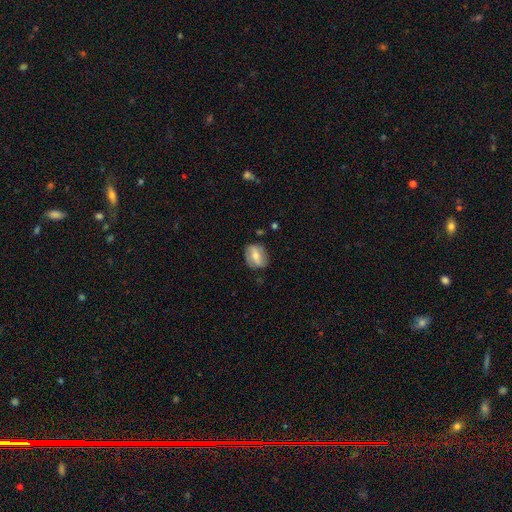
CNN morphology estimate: This appears to be a smooth galaxy with no disk features (50%) that is in between round and cigar-shaped (64%). Merging: none (76%).